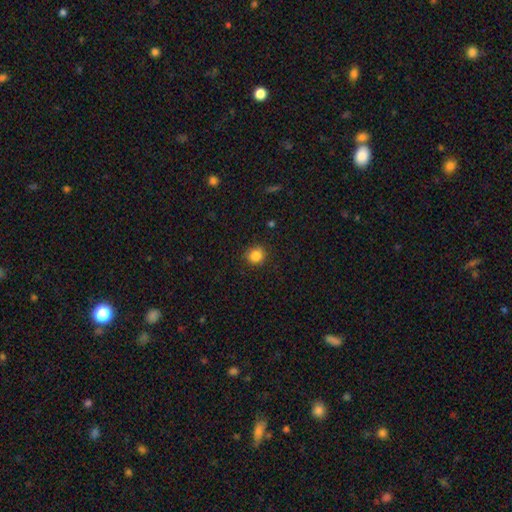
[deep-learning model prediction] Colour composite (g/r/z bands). It shows a smooth galaxy with no disk features (85%) that is round (88%). Merging: none (89%).